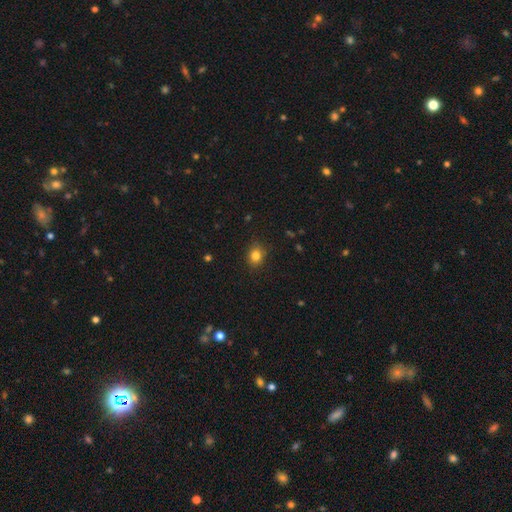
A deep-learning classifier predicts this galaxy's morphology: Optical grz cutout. It shows a smooth galaxy with no disk features (82%) that is round (64%). Merging: none (85%).